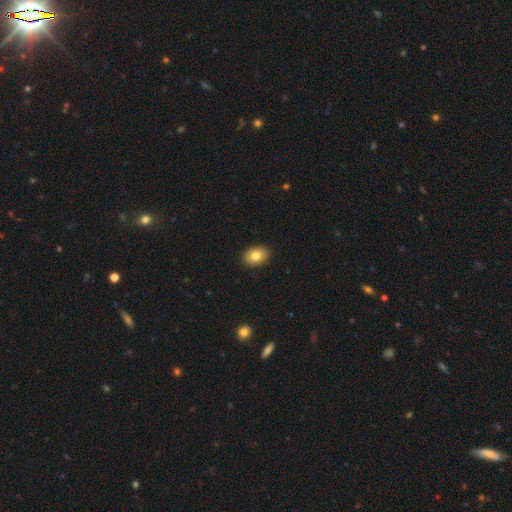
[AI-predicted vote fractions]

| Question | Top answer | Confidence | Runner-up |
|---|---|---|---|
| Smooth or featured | smooth | 82% | featured or disk (9%) |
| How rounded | in between | 74% | round (25%) |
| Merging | none | 90% | minor disturbance (7%) |